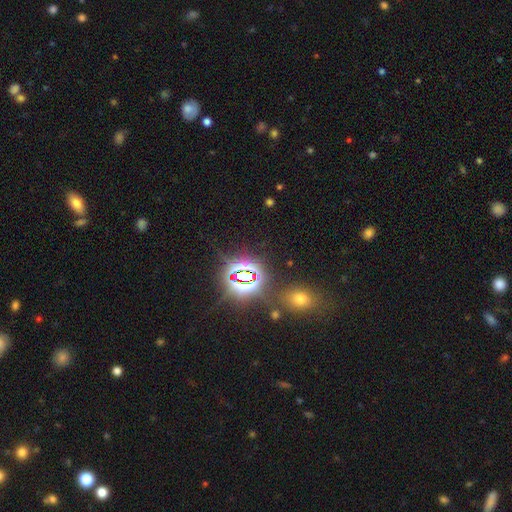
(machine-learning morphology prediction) Smooth or featured: star or artifact — 75% (smooth — 18%)